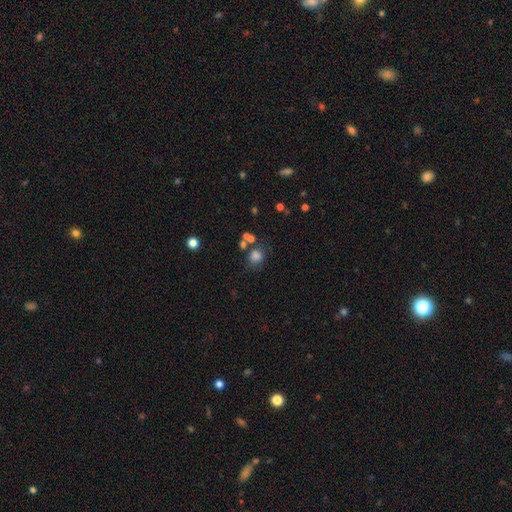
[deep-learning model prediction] smooth-or-featured: smooth: 77% | star or artifact: 15% | featured or disk: 8%
  how-rounded: round: 78% | in between: 21% | cigar-shaped: 1%
  merging: none: 62% | merger: 17% | minor disturbance: 14% | major disturbance: 7%